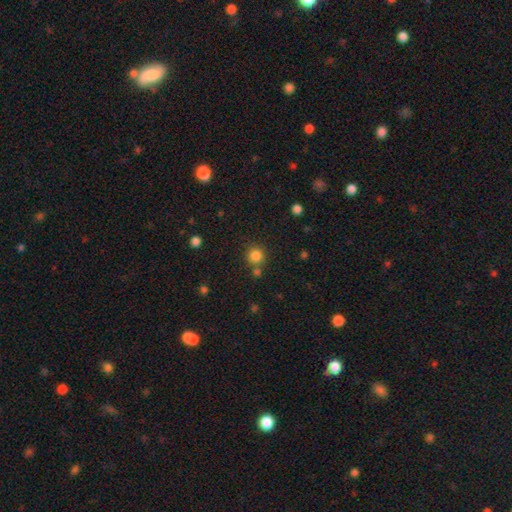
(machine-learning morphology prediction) Smooth or featured? Predicted: smooth (p=0.82). How rounded? Predicted: round (p=0.93). Merging? Predicted: none (p=0.73).